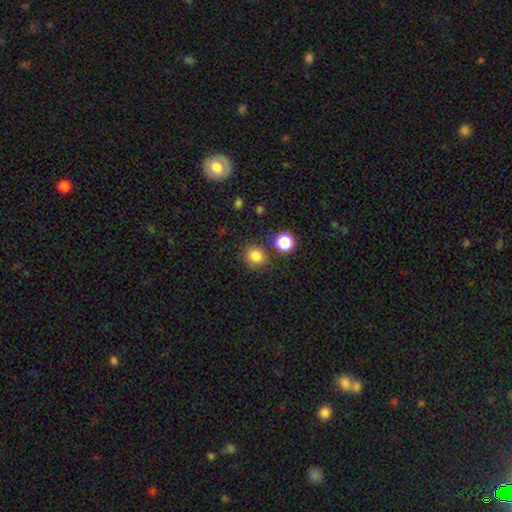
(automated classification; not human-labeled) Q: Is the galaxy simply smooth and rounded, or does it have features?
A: smooth — 82%.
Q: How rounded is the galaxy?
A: round — 86%.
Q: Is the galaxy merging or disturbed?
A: none — 80%.